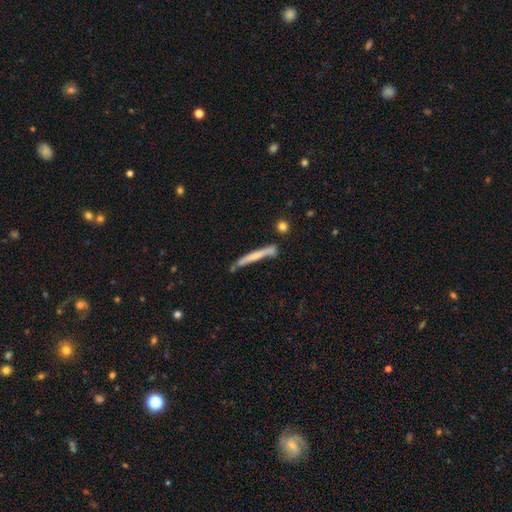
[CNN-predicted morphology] smooth-or-featured: smooth: 54% | featured or disk: 39% | star or artifact: 7%
  how-rounded: cigar-shaped: 96% | in between: 3% | round: 2%
  merging: none: 66% | minor disturbance: 20% | merger: 8% | major disturbance: 6%